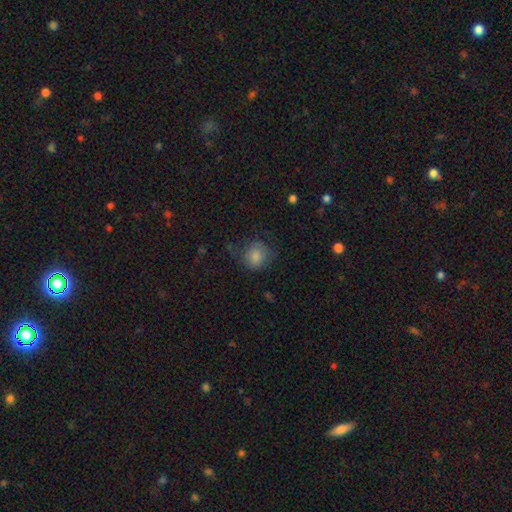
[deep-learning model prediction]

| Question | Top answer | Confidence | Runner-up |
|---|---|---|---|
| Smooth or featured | smooth | 76% | featured or disk (15%) |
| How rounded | round | 80% | in between (19%) |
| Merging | none | 54% | minor disturbance (26%) |